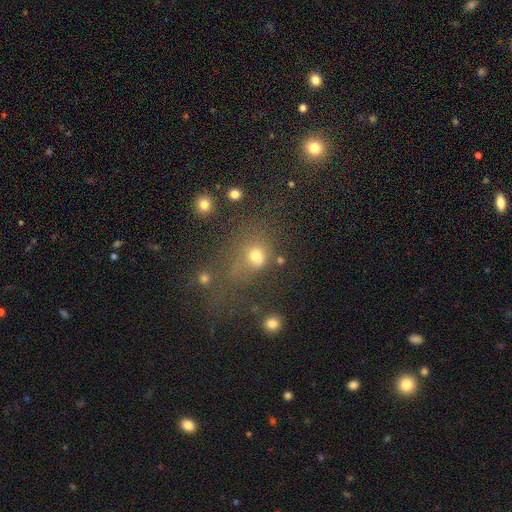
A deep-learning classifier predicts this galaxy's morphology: A smooth galaxy with no disk features (64%) that is round (57%). Merging: none (41%).